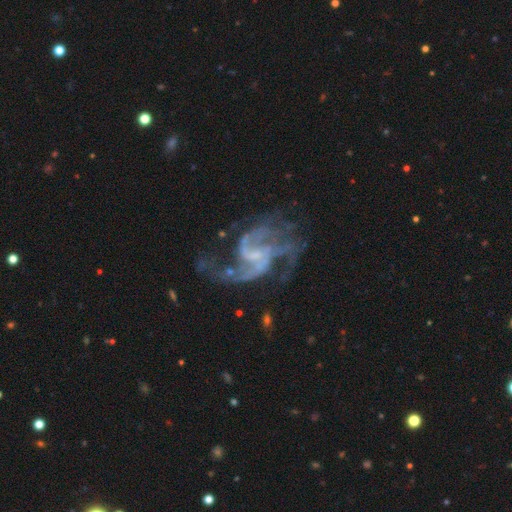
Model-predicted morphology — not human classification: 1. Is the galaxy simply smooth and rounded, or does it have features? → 90% featured or disk, 6% star or artifact, 4% smooth.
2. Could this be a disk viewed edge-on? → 98% no, 2% yes.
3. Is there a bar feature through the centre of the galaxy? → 49% weak, 37% no, 14% strong.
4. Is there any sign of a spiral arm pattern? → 96% yes, 4% no.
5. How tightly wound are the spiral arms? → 45% medium, 44% loose, 11% tight.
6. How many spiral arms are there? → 41% 2, 25% 3, 13% can't tell, 8% 4, 7% 1, 6% more than 4.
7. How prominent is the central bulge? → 50% small, 34% none, 14% moderate, 2% large, 1% dominant.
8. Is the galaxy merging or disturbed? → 45% none, 33% major disturbance, 17% minor disturbance, 4% merger.